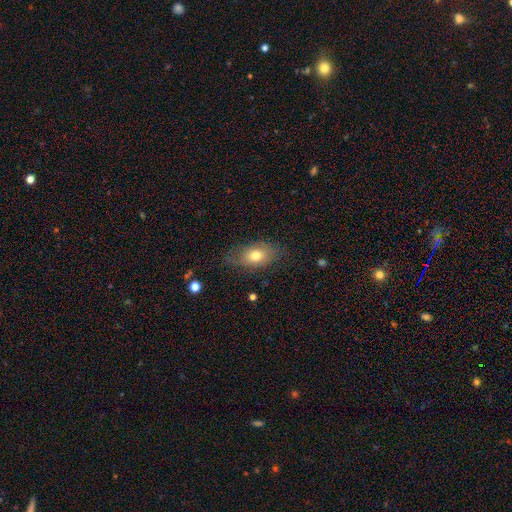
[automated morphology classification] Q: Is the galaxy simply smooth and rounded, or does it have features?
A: smooth — 70%.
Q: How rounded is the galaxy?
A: in between — 86%.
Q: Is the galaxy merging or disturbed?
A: none — 73%.